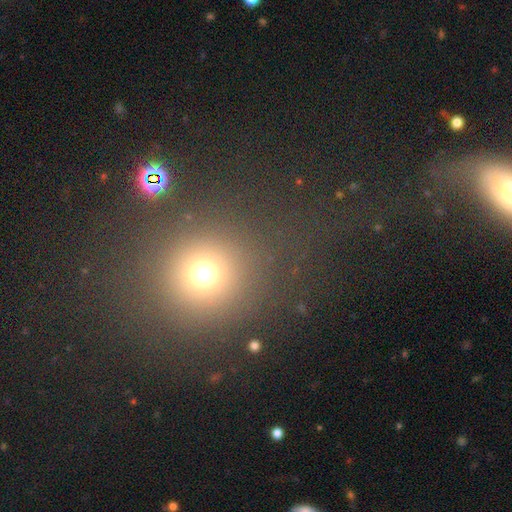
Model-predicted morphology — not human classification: Smooth or featured? smooth (63%)
How rounded? round (89%)
Merging? none (74%)